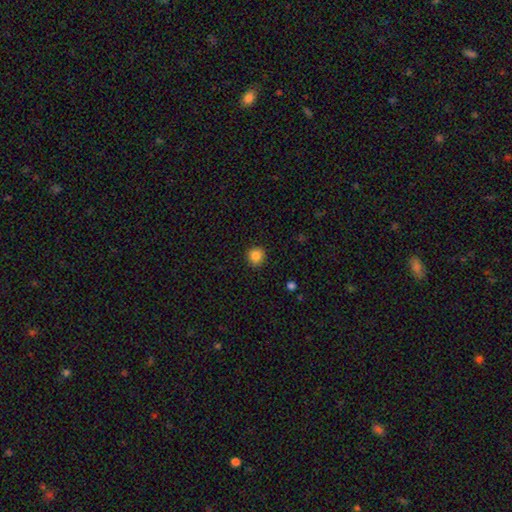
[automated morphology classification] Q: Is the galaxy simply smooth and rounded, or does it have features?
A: smooth — 85%.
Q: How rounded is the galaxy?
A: round — 90%.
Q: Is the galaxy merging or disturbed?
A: none — 86%.